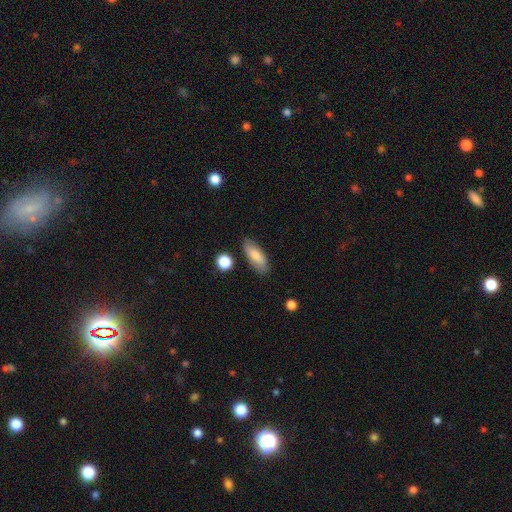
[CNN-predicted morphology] type=smooth (78%); roundness=in between (71%); merging=none (82%).